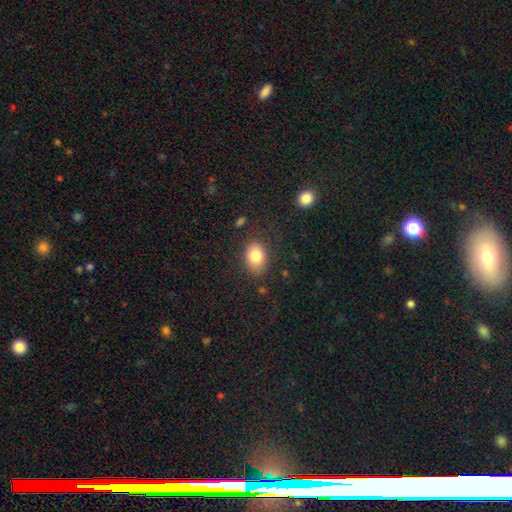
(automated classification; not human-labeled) A smooth galaxy with no disk features (83%) that is in between round and cigar-shaped (74%).

Vote fractions:
- Smooth or featured? smooth: 83% / star or artifact: 9% / featured or disk: 9%
- How rounded? in between: 74% / round: 25% / cigar-shaped: 1%
- Merging? none: 79% / minor disturbance: 14% / major disturbance: 5% / merger: 2%